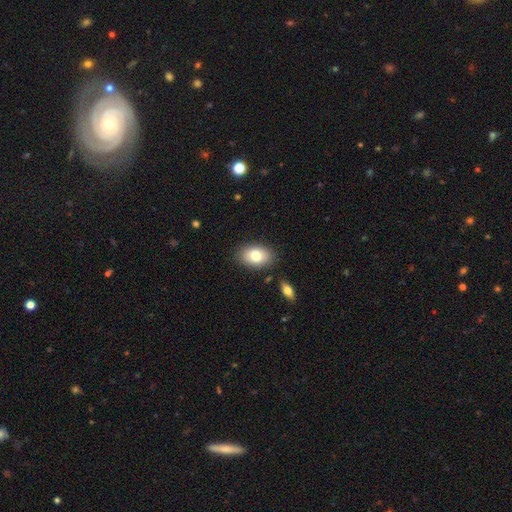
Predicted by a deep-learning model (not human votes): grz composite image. It shows a smooth galaxy with no disk features (79%) that is in between round and cigar-shaped (89%). Merging: none (84%).